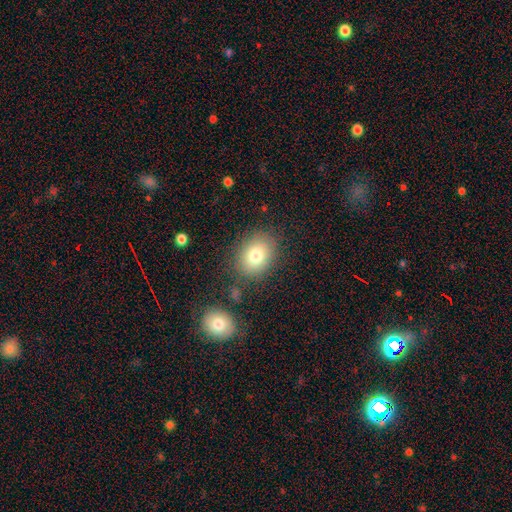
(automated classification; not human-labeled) smooth-or-featured: smooth: 79% | featured or disk: 11% | star or artifact: 10%
  how-rounded: in between: 59% | round: 40% | cigar-shaped: 1%
  merging: none: 81% | minor disturbance: 12% | major disturbance: 4% | merger: 4%